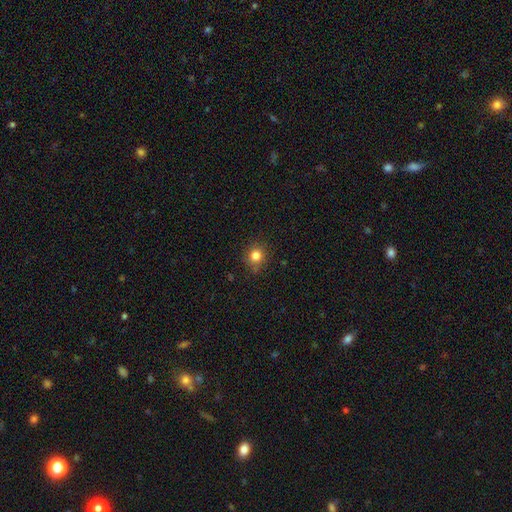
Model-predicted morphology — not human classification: Q: Smooth or featured?
A: smooth (82%); runner-up: star or artifact (13%)
Q: How rounded?
A: round (86%); runner-up: in between (13%)
Q: Merging?
A: none (84%); runner-up: minor disturbance (12%)